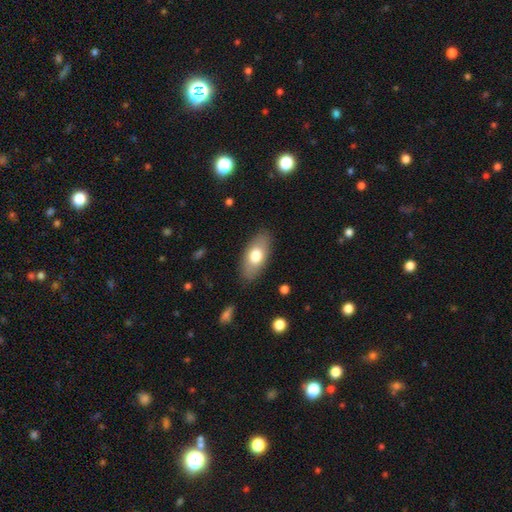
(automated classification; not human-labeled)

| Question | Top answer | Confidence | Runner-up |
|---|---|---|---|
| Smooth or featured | smooth | 71% | featured or disk (23%) |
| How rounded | in between | 88% | cigar-shaped (8%) |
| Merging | none | 85% | minor disturbance (11%) |